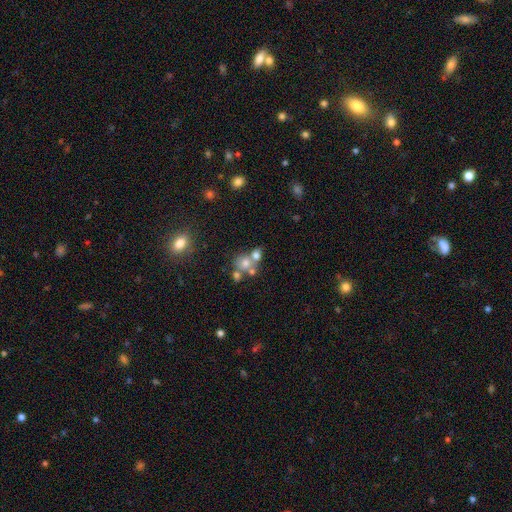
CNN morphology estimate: Smooth or featured: smooth — 64% (featured or disk — 20%)
How rounded: round — 71% (in between — 28%)
Merging: merger — 50% (none — 36%)